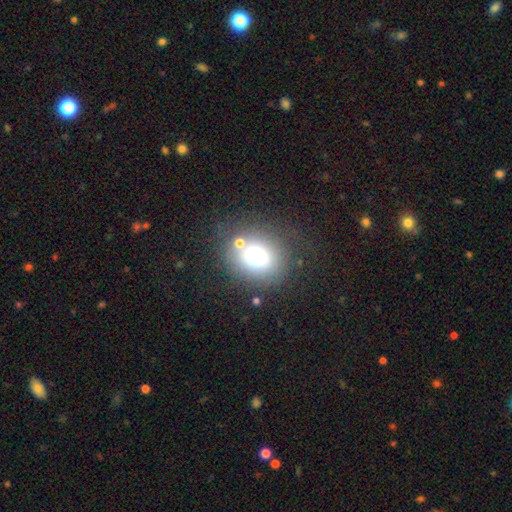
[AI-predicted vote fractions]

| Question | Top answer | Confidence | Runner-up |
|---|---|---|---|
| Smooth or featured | smooth | 67% | star or artifact (20%) |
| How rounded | round | 72% | in between (27%) |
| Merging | none | 68% | minor disturbance (12%) |